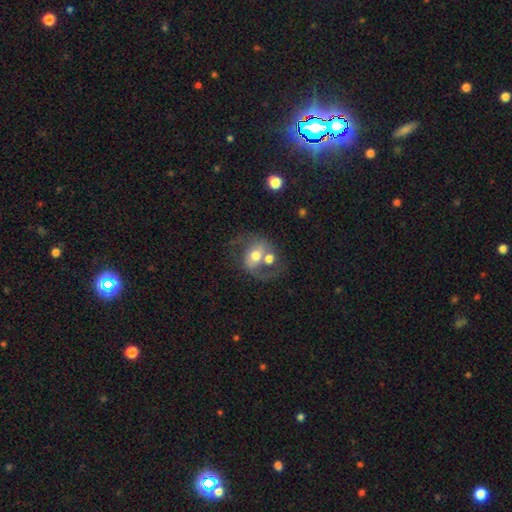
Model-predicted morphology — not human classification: Smooth or featured? Predicted: featured or disk (p=0.68). Edge-on disk? Predicted: no (p=0.97). Bar? Predicted: no (p=0.52). Spiral arms? Predicted: yes (p=0.79). Spiral winding? Predicted: medium (p=0.46). Spiral arm count? Predicted: 2 (p=0.81). Bulge size? Predicted: moderate (p=0.68). Merging? Predicted: none (p=0.37).